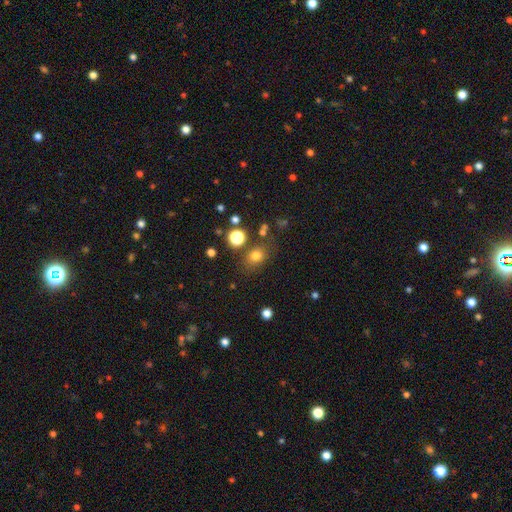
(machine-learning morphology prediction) A smooth galaxy with no disk features (75%) that is in between round and cigar-shaped (53%). Merging: none (75%).